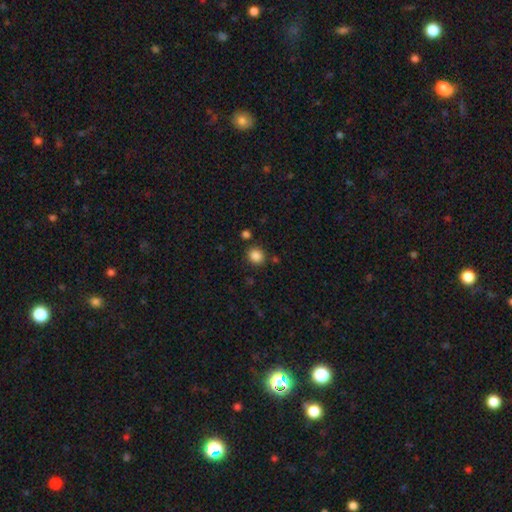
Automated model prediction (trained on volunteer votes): This appears to be a smooth galaxy with no disk features (86%) that is round (79%). Merging: none (84%).